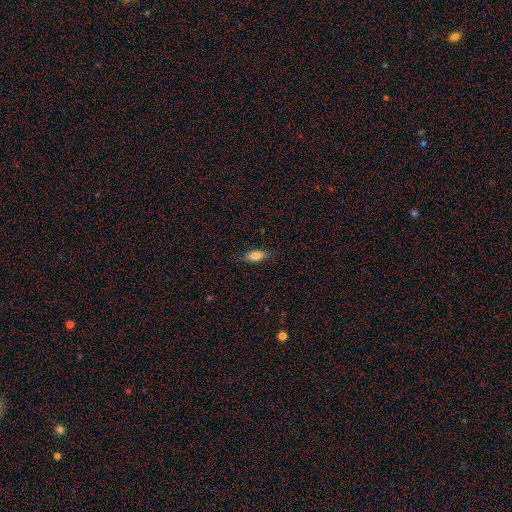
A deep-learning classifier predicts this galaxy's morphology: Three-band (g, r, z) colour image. It shows a smooth galaxy with no disk features (81%) that is in between round and cigar-shaped (77%). Merging: none (80%).